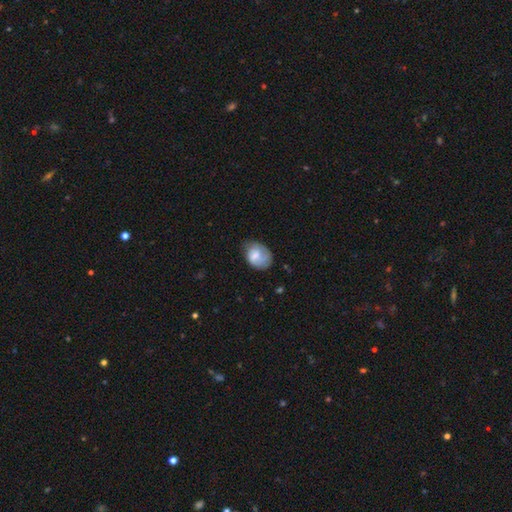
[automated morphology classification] smooth-or-featured: smooth: 53% | featured or disk: 40% | star or artifact: 7%
  how-rounded: in between: 67% | round: 31% | cigar-shaped: 1%
  merging: none: 56% | minor disturbance: 30% | major disturbance: 12% | merger: 2%